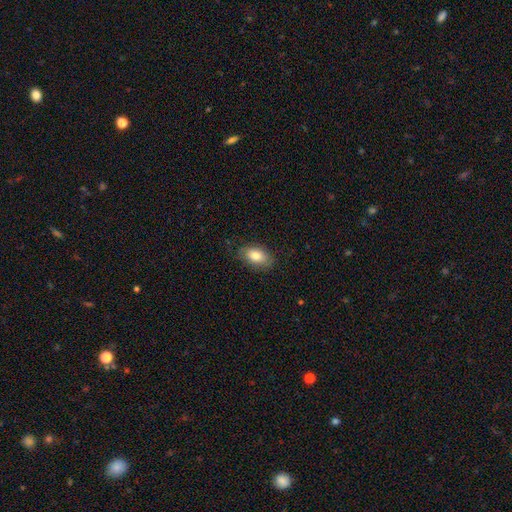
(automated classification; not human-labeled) Morphology: type=smooth (81%); roundness=in between (91%); merging=none (80%).